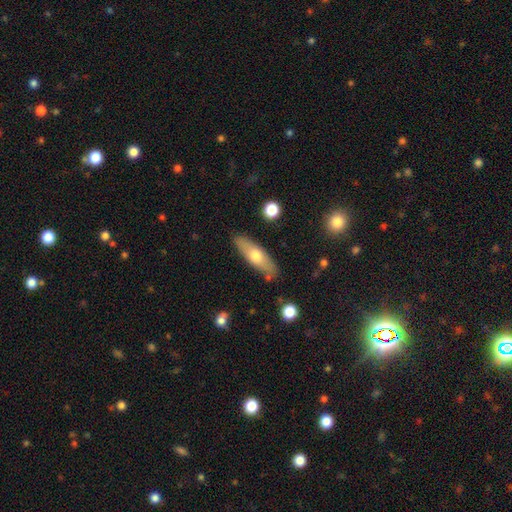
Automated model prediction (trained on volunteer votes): This is possibly a smooth galaxy (57%). How rounded: possibly cigar-shaped (54%). Merging: clearly none (84%).